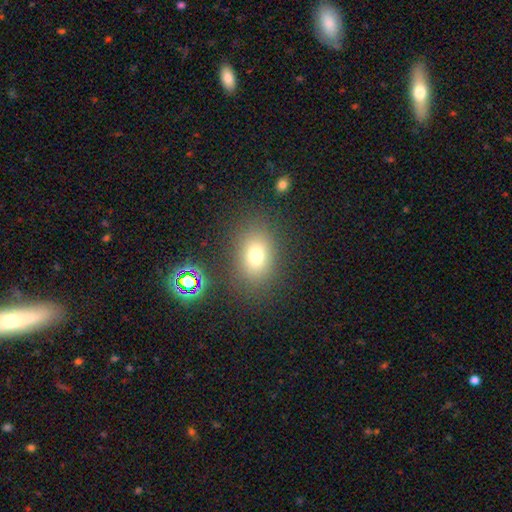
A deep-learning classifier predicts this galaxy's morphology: Smooth or featured? Predicted: smooth (p=0.73). How rounded? Predicted: in between (p=0.66). Merging? Predicted: none (p=0.82).